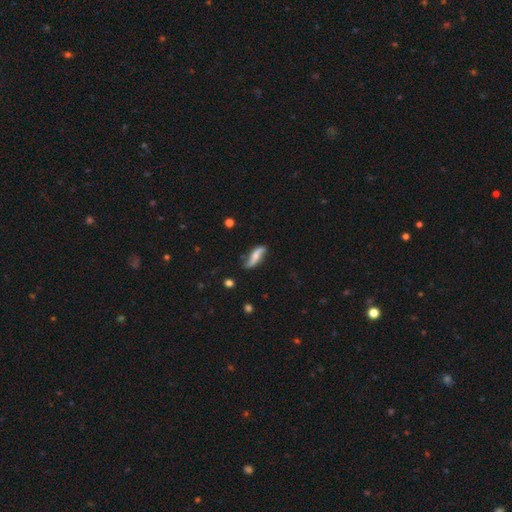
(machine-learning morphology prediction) Smooth or featured? featured or disk (64%)
Edge-on disk? no (80%)
Bar? no (48%)
Spiral arms? yes (90%)
Bulge size? small (44%)
Merging? none (68%)